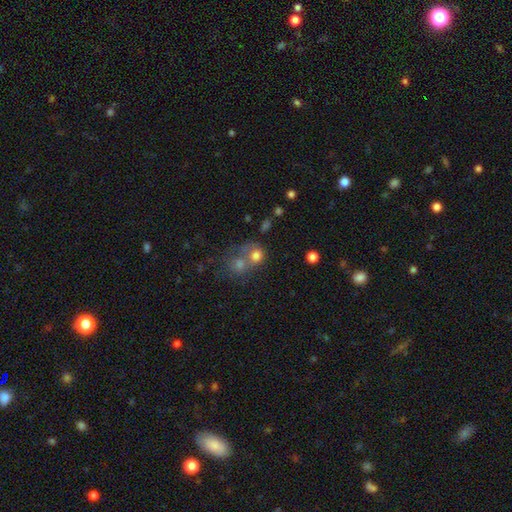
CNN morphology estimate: smooth-or-featured: smooth: 74% | featured or disk: 13% | star or artifact: 13%
  how-rounded: round: 72% | in between: 27% | cigar-shaped: 1%
  merging: merger: 56% | none: 30% | minor disturbance: 8% | major disturbance: 6%